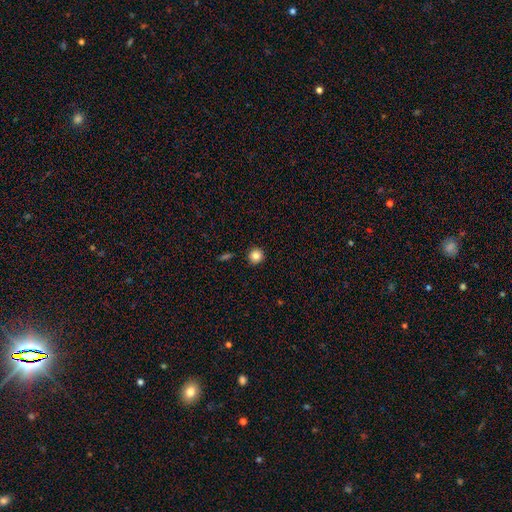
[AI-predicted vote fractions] Smooth or featured?
  - smooth: 84% *
  - star or artifact: 10%
  - featured or disk: 6%
How rounded?
  - round: 95% *
  - in between: 4%
  - cigar-shaped: 1%
Merging?
  - none: 92% *
  - minor disturbance: 5%
  - major disturbance: 2%
  - merger: 1%